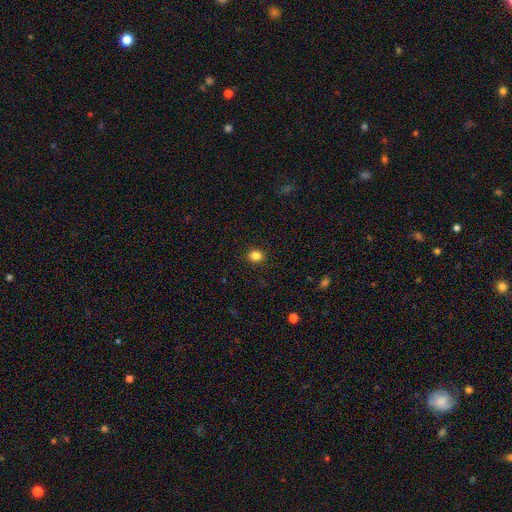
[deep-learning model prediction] smooth 84%, star or artifact 12%, featured or disk 4%. Down the decision tree: how rounded — round (69%); merging — none (90%).